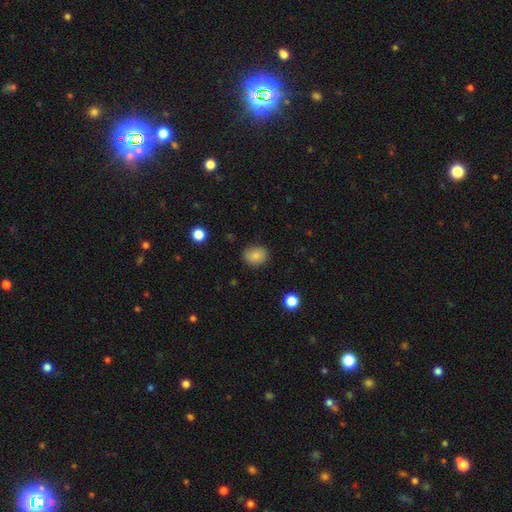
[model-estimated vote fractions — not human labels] Overall: smooth (83%). How rounded: round (54%; in between 45%). Merging: none (83%).